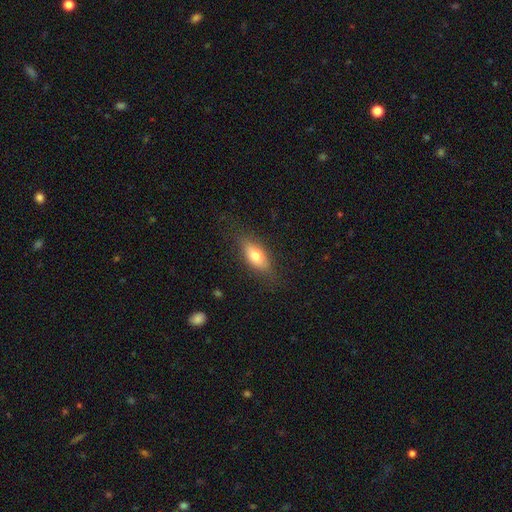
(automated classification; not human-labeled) Smooth or featured? smooth (72%)
How rounded? in between (80%)
Merging? none (81%)